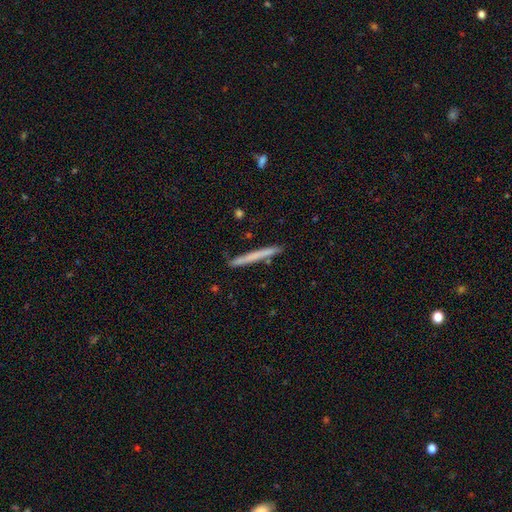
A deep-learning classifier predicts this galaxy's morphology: Smooth or featured? Predicted: smooth (p=0.60). How rounded? Predicted: cigar-shaped (p=0.97). Merging? Predicted: none (p=0.87).